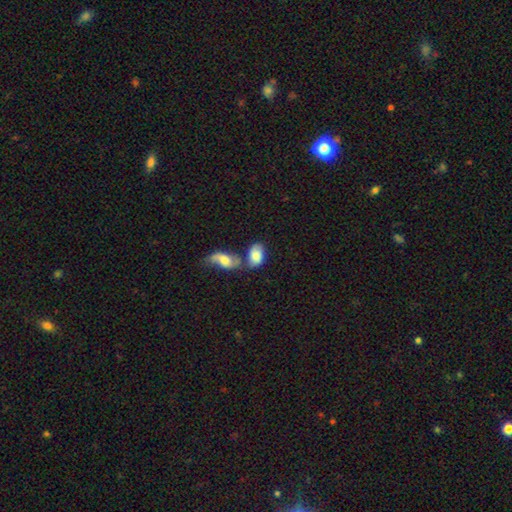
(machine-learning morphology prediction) smooth 69%, featured or disk 24%, star or artifact 7%. Down the decision tree: how rounded — in between (90%); merging — merger (53%).